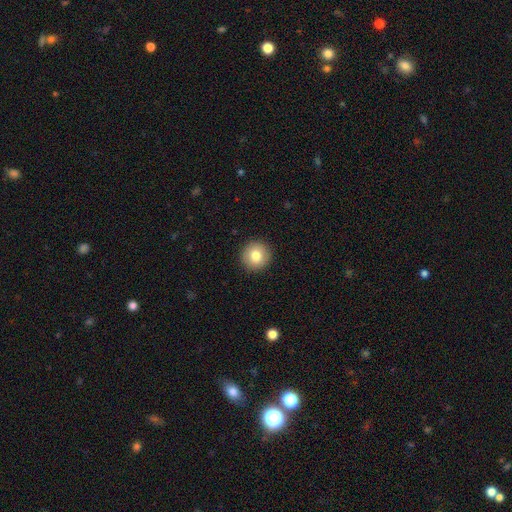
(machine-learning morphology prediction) Smooth or featured? smooth (80%)
How rounded? round (94%)
Merging? none (93%)